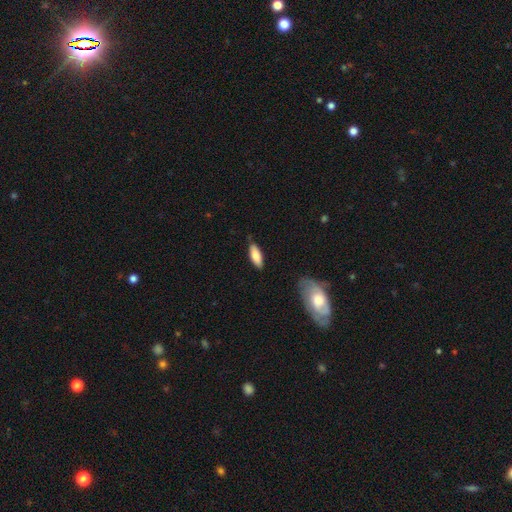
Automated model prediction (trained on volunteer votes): A smooth galaxy with no disk features (82%) that is in between round and cigar-shaped (71%).

Vote fractions:
- Smooth or featured? smooth: 82% / featured or disk: 12% / star or artifact: 6%
- How rounded? in between: 71% / cigar-shaped: 27% / round: 2%
- Merging? none: 80% / minor disturbance: 16% / major disturbance: 3% / merger: 2%